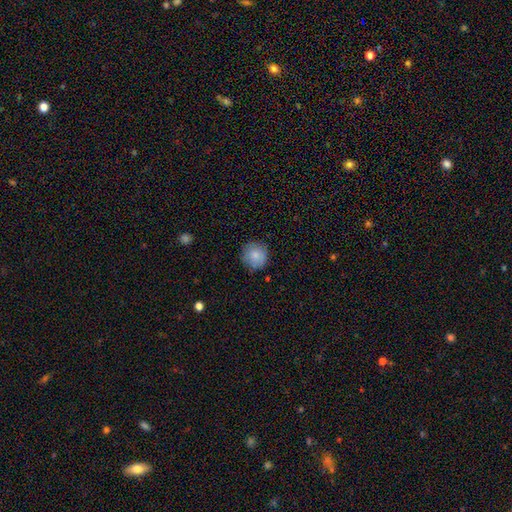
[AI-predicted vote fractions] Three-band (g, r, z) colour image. It shows a smooth galaxy with no disk features (84%) that is round (94%). Merging: none (85%).